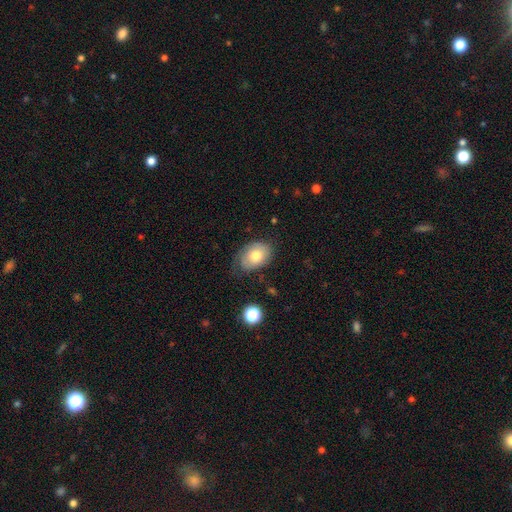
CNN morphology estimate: smooth-or-featured: smooth: 72% | featured or disk: 20% | star or artifact: 8%
  how-rounded: in between: 77% | round: 22% | cigar-shaped: 1%
  merging: none: 67% | minor disturbance: 25% | major disturbance: 7% | merger: 2%